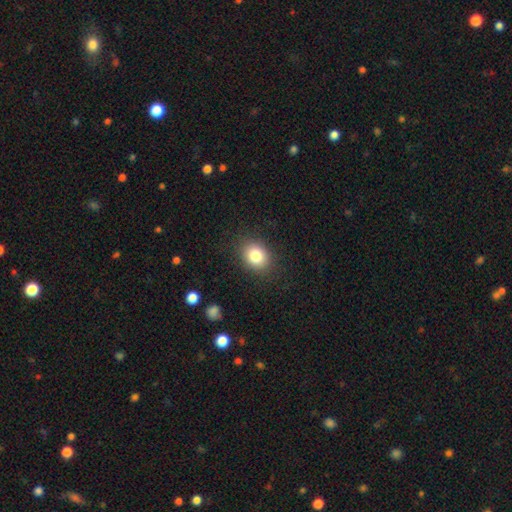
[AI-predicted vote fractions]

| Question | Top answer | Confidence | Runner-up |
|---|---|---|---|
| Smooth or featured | smooth | 82% | star or artifact (10%) |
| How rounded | round | 57% | in between (42%) |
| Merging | none | 87% | minor disturbance (9%) |